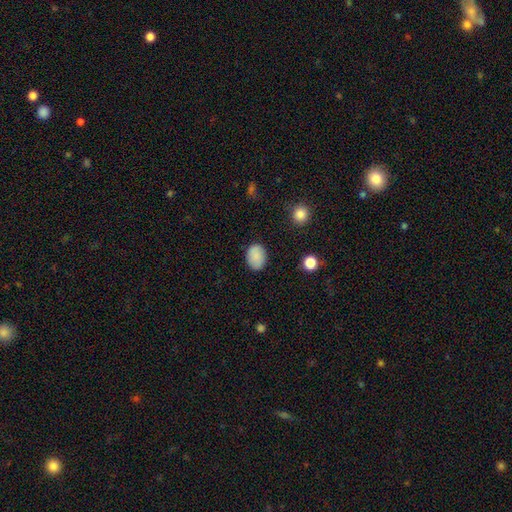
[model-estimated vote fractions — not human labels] Smooth or featured? smooth (88%)
How rounded? in between (71%)
Merging? none (85%)